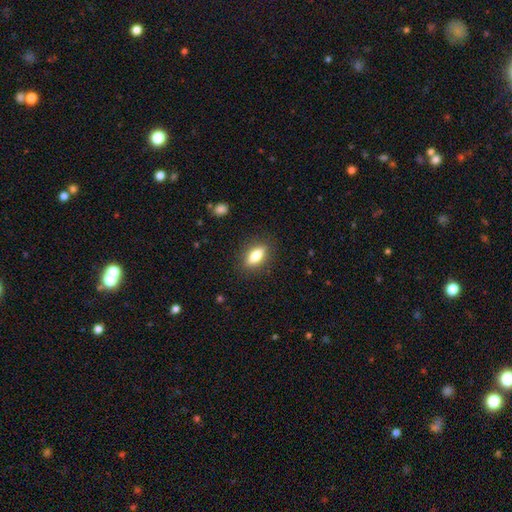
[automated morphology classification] Q: Smooth or featured?
A: smooth (68%); runner-up: featured or disk (24%)
Q: How rounded?
A: in between (66%); runner-up: cigar-shaped (29%)
Q: Merging?
A: none (86%); runner-up: minor disturbance (10%)